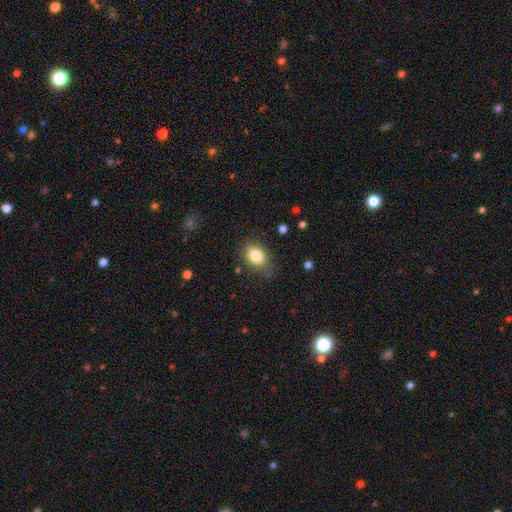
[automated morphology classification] smooth_or_featured: smooth (p=0.83) [alt: star or artifact p=0.09]
how_rounded: in between (p=0.78) [alt: round p=0.21]
merging: none (p=0.73) [alt: minor disturbance p=0.20]